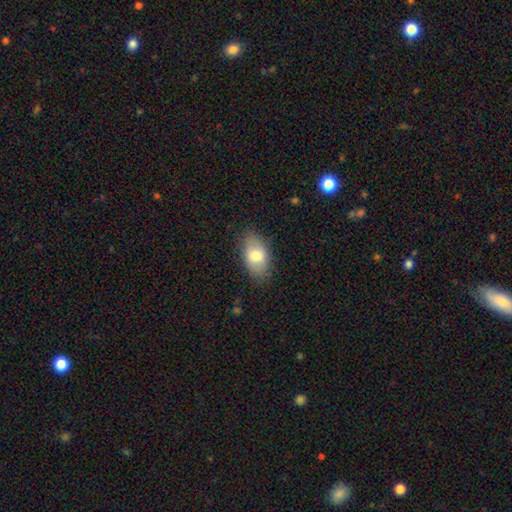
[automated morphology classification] Smooth or featured?
  - smooth: 73% *
  - featured or disk: 20%
  - star or artifact: 7%
How rounded?
  - in between: 91% *
  - round: 7%
  - cigar-shaped: 2%
Merging?
  - none: 80% *
  - minor disturbance: 15%
  - major disturbance: 4%
  - merger: 1%